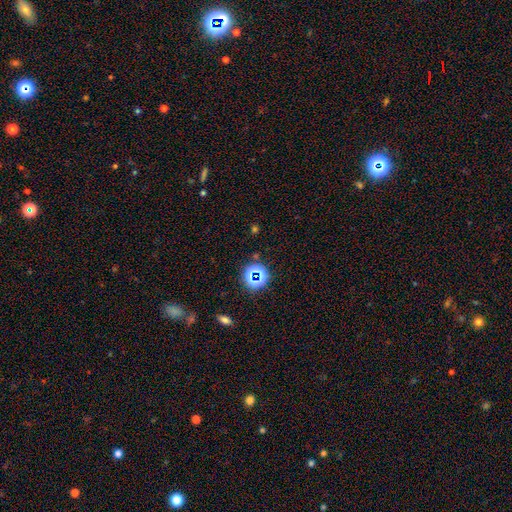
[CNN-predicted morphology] type=star or artifact (69%).